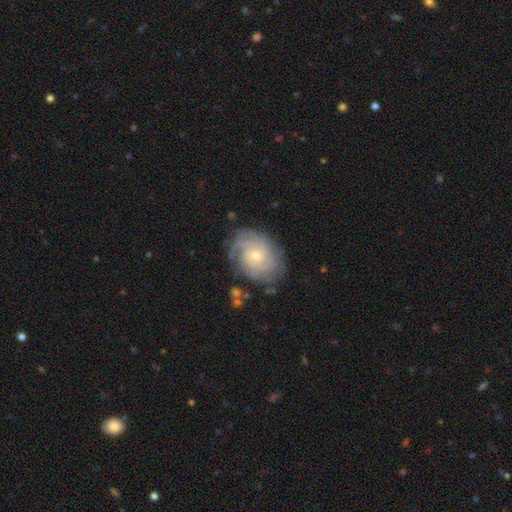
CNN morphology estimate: Smooth or featured? featured or disk (84%)
Edge-on disk? no (97%)
Bar? no (67%)
Spiral arms? yes (96%)
Spiral winding? tight (76%)
Spiral arm count? can't tell (32%)
Bulge size? small (60%)
Merging? none (77%)